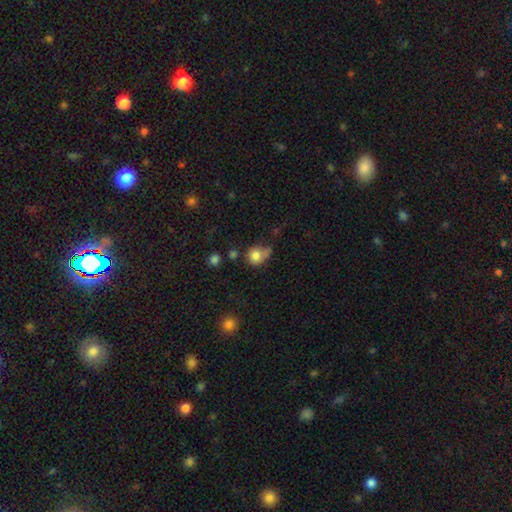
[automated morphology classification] Smooth or featured? Predicted: smooth (p=0.80). How rounded? Predicted: round (p=0.76). Merging? Predicted: none (p=0.42).